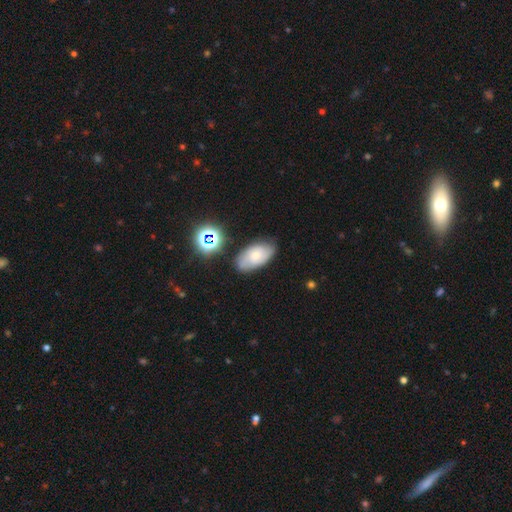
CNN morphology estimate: A smooth galaxy with no disk features (46%). Merging: none (72%).